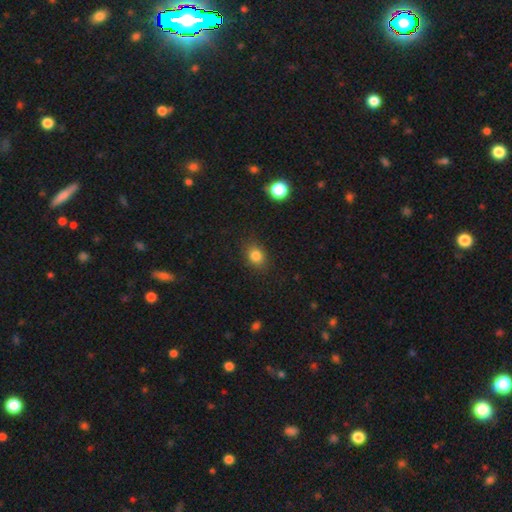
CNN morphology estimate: smooth-or-featured: smooth: 82% | star or artifact: 12% | featured or disk: 6%
  how-rounded: in between: 51% | round: 48% | cigar-shaped: 1%
  merging: none: 84% | minor disturbance: 12% | major disturbance: 3% | merger: 1%